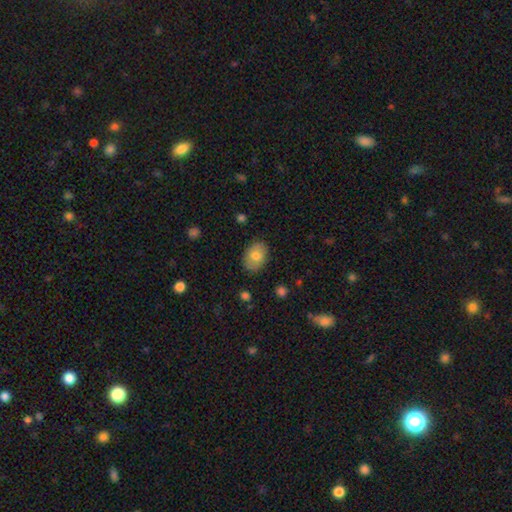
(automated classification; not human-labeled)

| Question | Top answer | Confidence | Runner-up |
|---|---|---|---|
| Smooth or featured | smooth | 76% | featured or disk (16%) |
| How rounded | in between | 78% | round (21%) |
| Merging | none | 86% | minor disturbance (11%) |